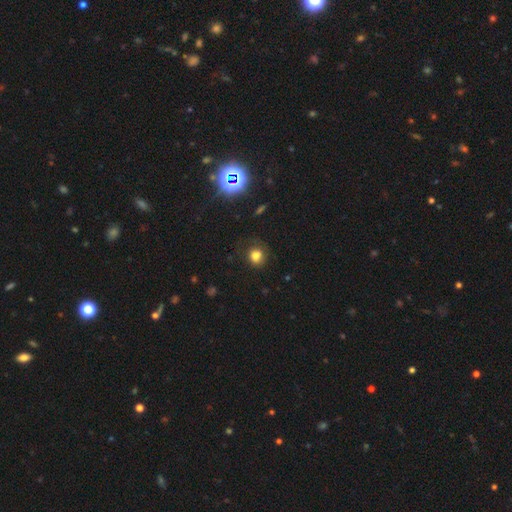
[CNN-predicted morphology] Overall: smooth (78%). How rounded: round (74%). Merging: none (72%).